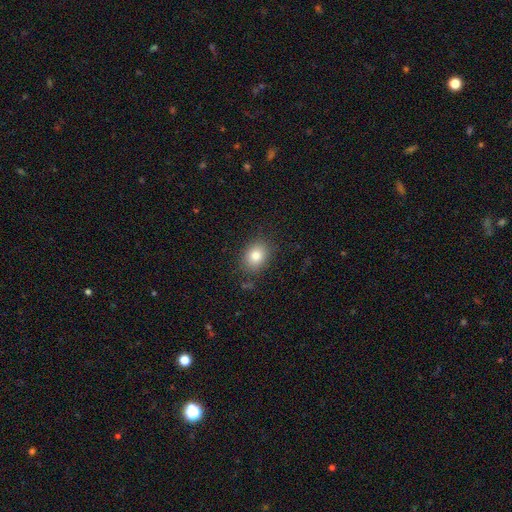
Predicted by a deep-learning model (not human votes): This appears to be a smooth galaxy with no disk features (81%) that is in between round and cigar-shaped (54%). Merging: none (85%).